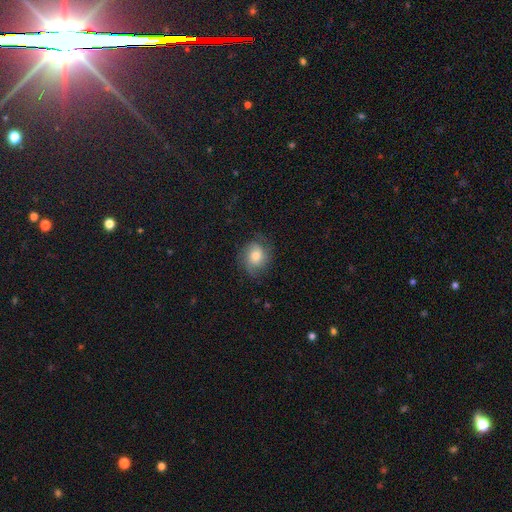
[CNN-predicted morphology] Smooth or featured: smooth — 55% (featured or disk — 35%)
How rounded: round — 66% (in between — 33%)
Merging: none — 71% (minor disturbance — 20%)